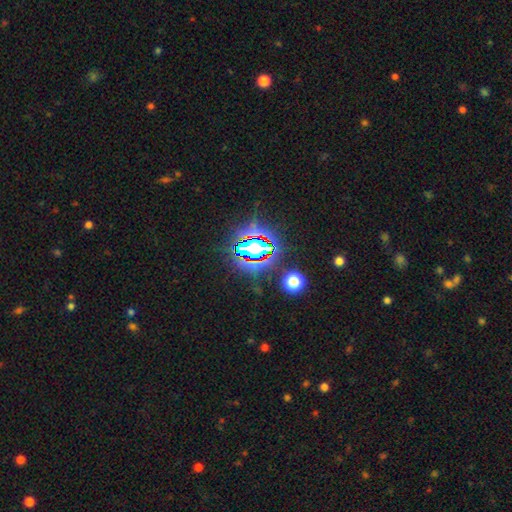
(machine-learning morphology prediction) This is likely a star or artifact rather than a galaxy (79%).